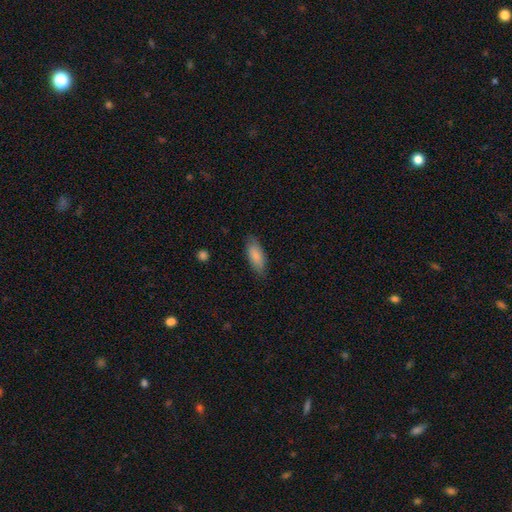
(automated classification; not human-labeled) This is clearly a smooth galaxy (83%). How rounded: likely in between (78%). Merging: clearly none (80%).